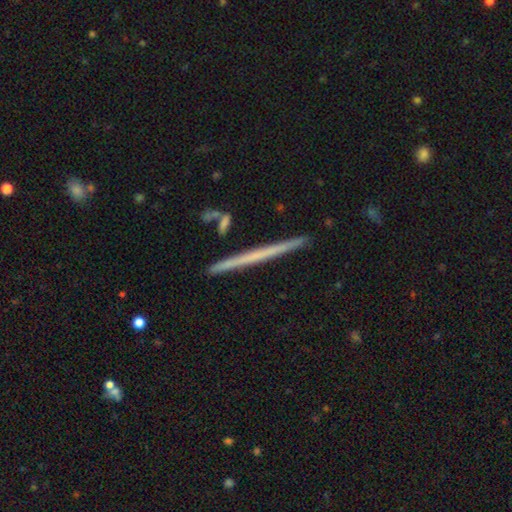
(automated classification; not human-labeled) Overall: featured or disk (56%; smooth 38%). Edge-on disk: yes (98%). Edge-on bulge: none (90%). Merging: none (92%).